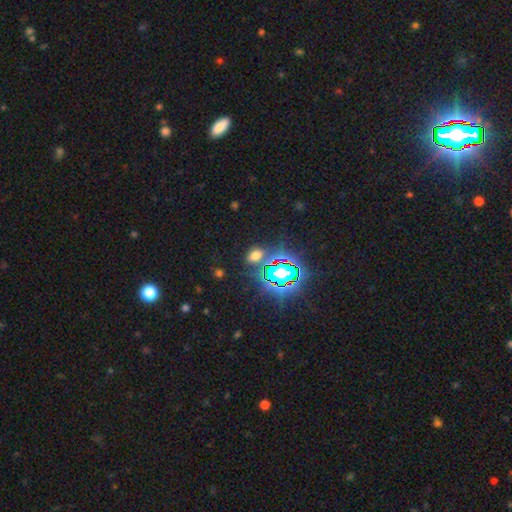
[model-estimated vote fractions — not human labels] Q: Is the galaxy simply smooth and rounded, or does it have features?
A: smooth — 50%.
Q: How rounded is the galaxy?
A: in between — 77%.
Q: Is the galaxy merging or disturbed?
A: none — 78%.